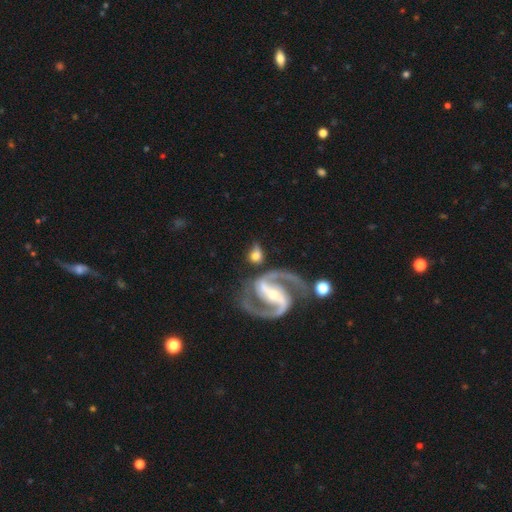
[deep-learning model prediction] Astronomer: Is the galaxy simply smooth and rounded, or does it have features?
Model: featured or disk — 74%.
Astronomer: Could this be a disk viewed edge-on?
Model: no — 96%.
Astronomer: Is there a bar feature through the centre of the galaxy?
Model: strong — 50% (runner-up: weak, 30%).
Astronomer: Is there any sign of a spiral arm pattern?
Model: yes — 93%.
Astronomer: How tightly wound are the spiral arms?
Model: medium — 54%.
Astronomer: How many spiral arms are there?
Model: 2 — 93%.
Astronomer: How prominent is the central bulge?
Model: small — 50% (runner-up: moderate, 41%).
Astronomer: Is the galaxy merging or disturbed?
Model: none — 69%.